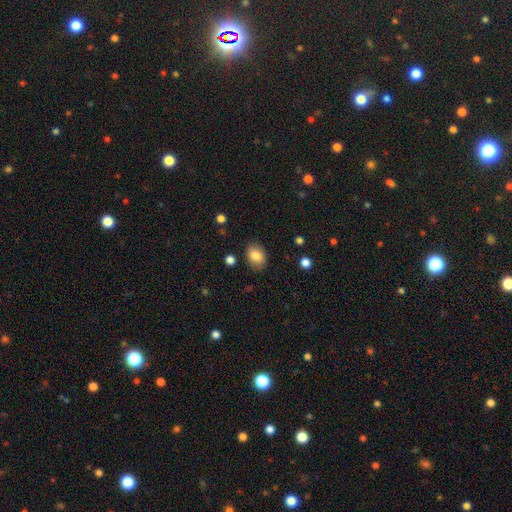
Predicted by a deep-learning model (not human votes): Q: Smooth or featured?
A: smooth (82%); runner-up: featured or disk (9%)
Q: How rounded?
A: in between (69%); runner-up: round (30%)
Q: Merging?
A: none (85%); runner-up: minor disturbance (11%)